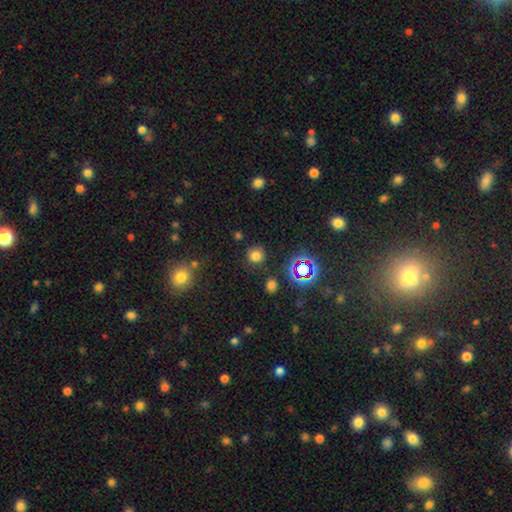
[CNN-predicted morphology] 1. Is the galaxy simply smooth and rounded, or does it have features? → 72% smooth, 21% star or artifact, 6% featured or disk.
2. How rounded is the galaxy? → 91% round, 8% in between, 1% cigar-shaped.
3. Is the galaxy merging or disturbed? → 84% none, 9% minor disturbance, 4% major disturbance, 3% merger.